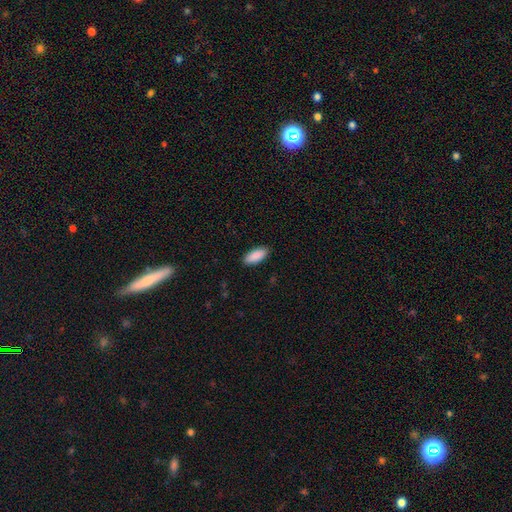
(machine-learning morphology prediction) This is clearly a smooth galaxy (91%). How rounded: clearly in between (86%). Merging: clearly none (89%).